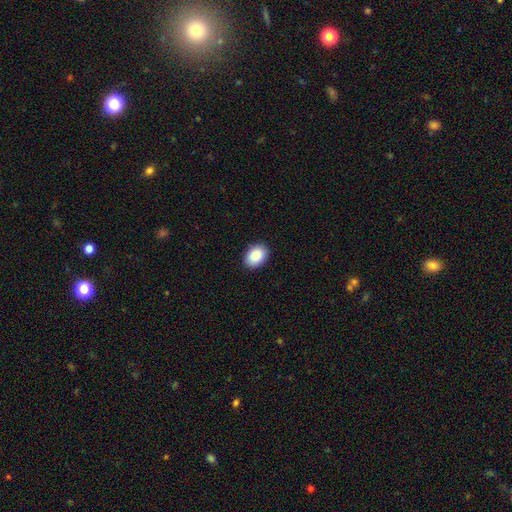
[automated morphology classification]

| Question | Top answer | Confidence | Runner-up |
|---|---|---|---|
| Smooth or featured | smooth | 90% | star or artifact (7%) |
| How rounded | in between | 78% | round (21%) |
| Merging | none | 90% | minor disturbance (7%) |